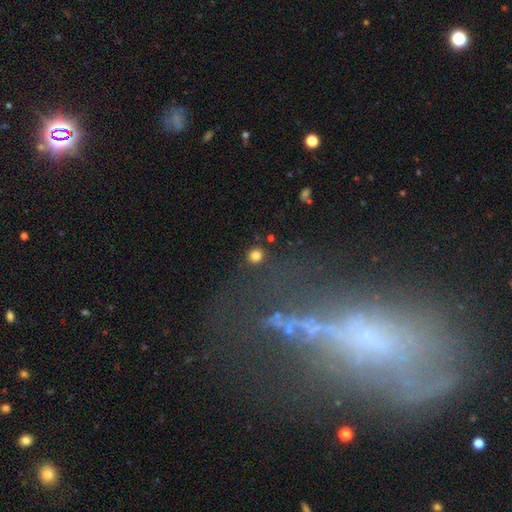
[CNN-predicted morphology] Smooth or featured? smooth (80%)
How rounded? round (93%)
Merging? none (88%)